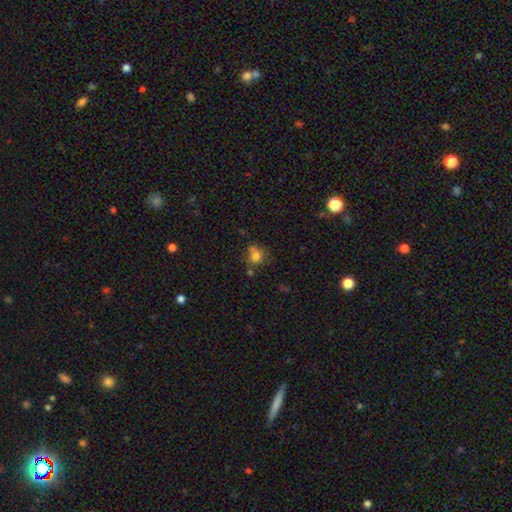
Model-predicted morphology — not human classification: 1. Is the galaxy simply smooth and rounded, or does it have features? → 76% smooth, 14% star or artifact, 10% featured or disk.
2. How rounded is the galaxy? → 82% round, 17% in between, 1% cigar-shaped.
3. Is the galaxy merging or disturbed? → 58% none, 21% merger, 15% minor disturbance, 5% major disturbance.